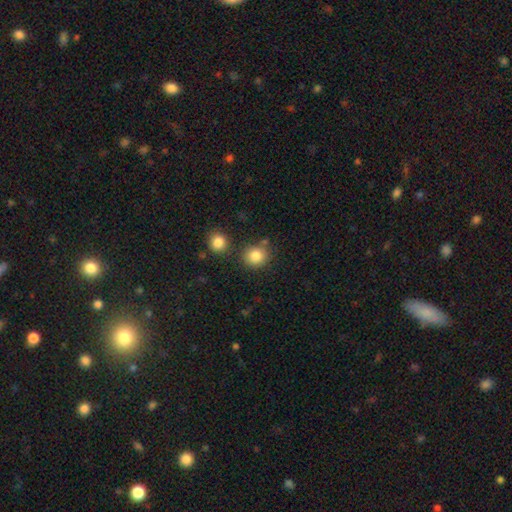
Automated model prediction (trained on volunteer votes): Overall: smooth (85%). How rounded: round (85%). Merging: none (76%).